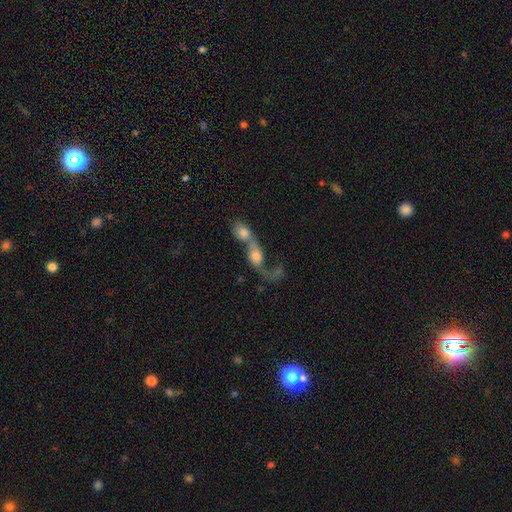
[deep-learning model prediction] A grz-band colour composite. It shows a smooth galaxy with no disk features (45%). Merging: merger (82%).